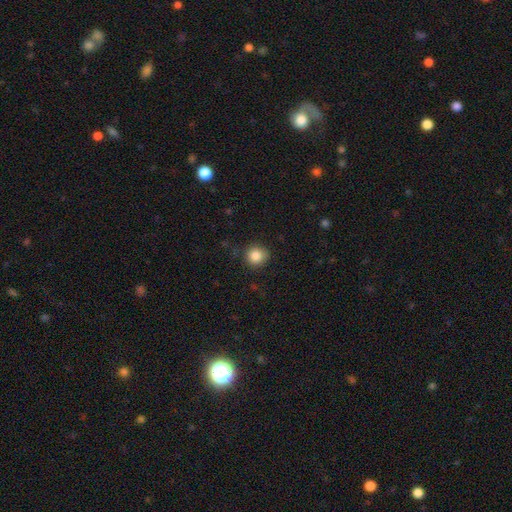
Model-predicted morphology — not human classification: This is clearly a smooth galaxy (86%). How rounded: clearly round (92%). Merging: clearly none (87%).